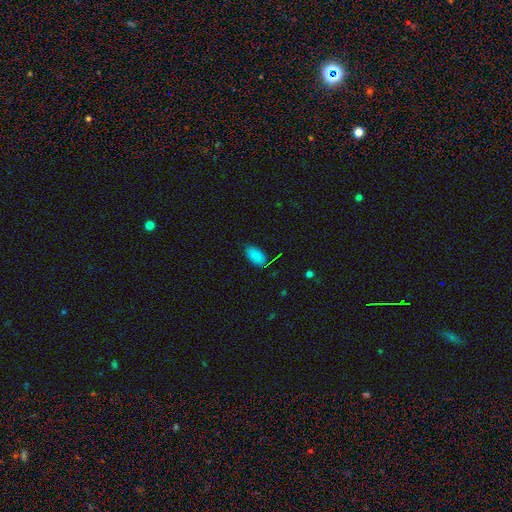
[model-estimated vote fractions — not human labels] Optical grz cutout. It shows a smooth galaxy with no disk features (85%) that is in between round and cigar-shaped (94%). Merging: none (78%).